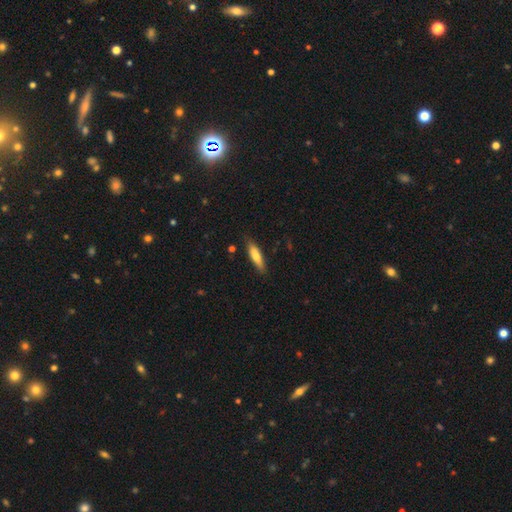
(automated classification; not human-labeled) This appears to be a smooth galaxy with no disk features (69%) that is cigar-shaped (68%). Merging: none (84%).